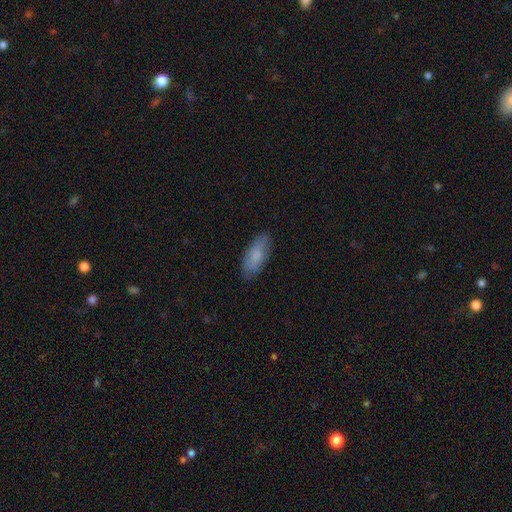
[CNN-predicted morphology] Overall: smooth (81%). How rounded: in between (79%). Merging: none (82%).